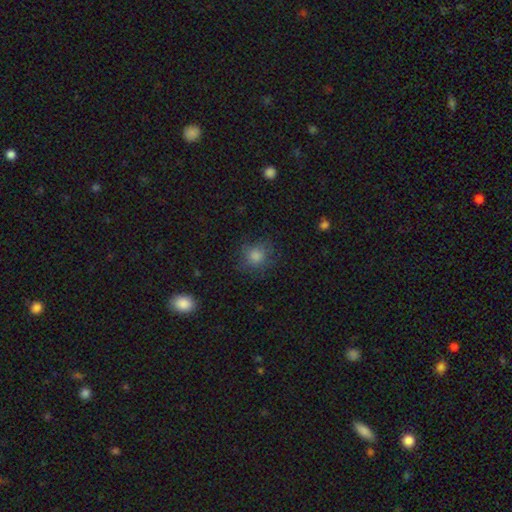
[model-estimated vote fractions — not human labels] This is clearly a smooth galaxy (81%). How rounded: clearly round (82%). Merging: likely none (77%).